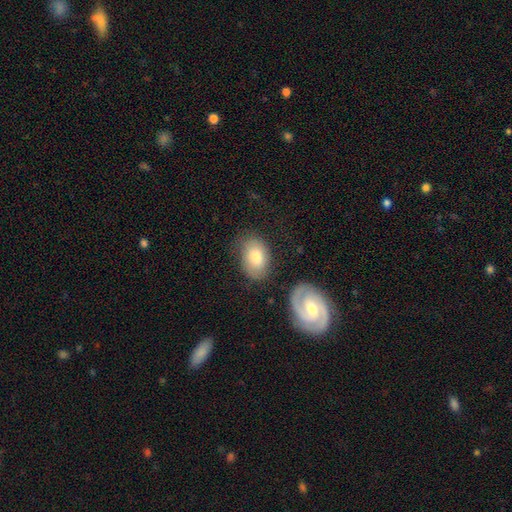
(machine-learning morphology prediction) smooth_or_featured: smooth (p=0.75) [alt: featured or disk p=0.18]
how_rounded: in between (p=0.86) [alt: round p=0.13]
merging: none (p=0.70) [alt: minor disturbance p=0.19]